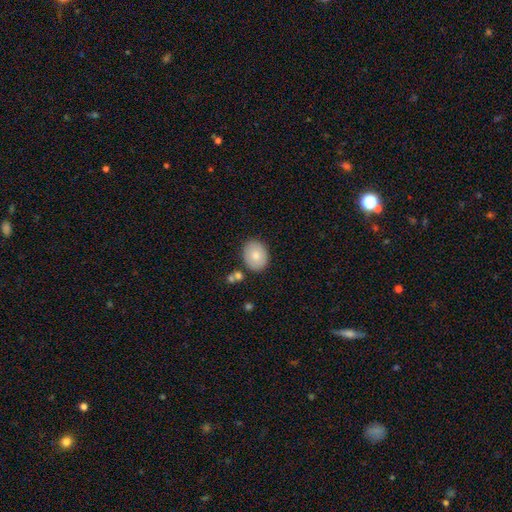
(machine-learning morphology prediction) Overall: smooth (78%). How rounded: in between (52%; round 47%). Merging: none (80%).